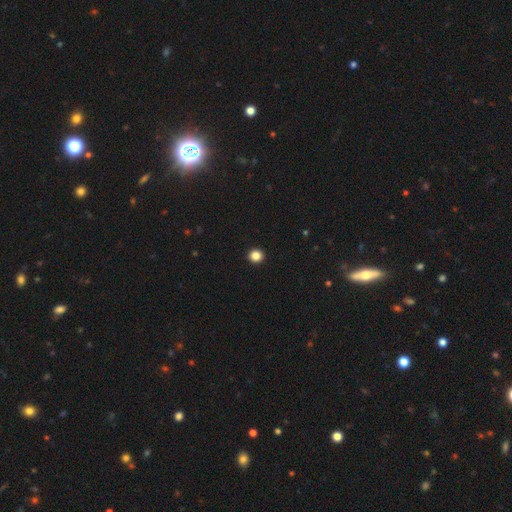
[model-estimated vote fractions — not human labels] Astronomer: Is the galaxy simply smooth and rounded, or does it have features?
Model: smooth — 86%.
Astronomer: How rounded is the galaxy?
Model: round — 92%.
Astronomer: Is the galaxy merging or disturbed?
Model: none — 94%.